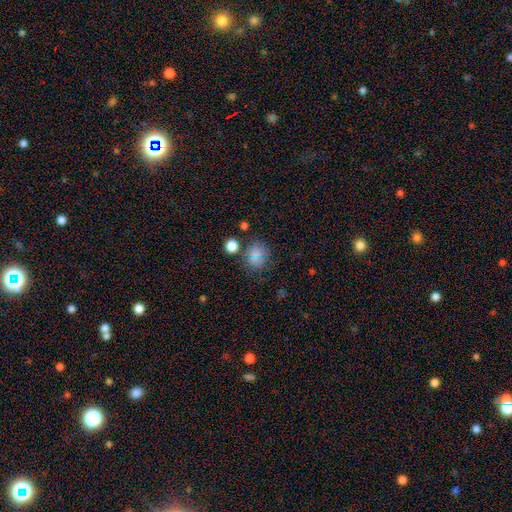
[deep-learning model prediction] Morphology: type=smooth (73%); roundness=round (75%); merging=none (72%).